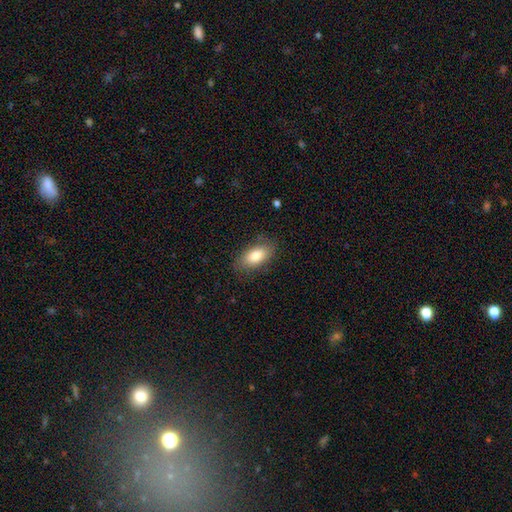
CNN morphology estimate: Q: Smooth or featured?
A: smooth (83%); runner-up: featured or disk (10%)
Q: How rounded?
A: in between (90%); runner-up: cigar-shaped (7%)
Q: Merging?
A: none (82%); runner-up: minor disturbance (13%)